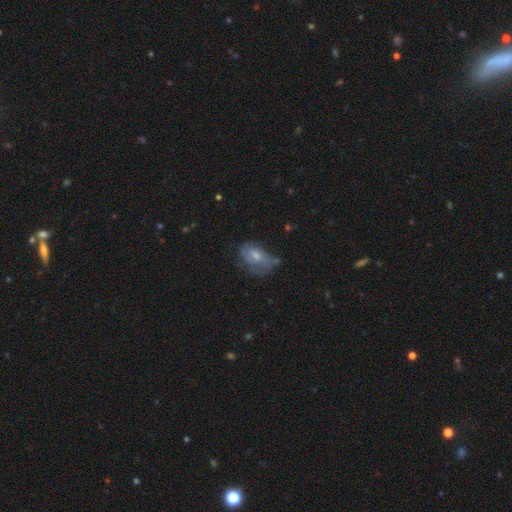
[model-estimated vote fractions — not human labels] Smooth or featured: smooth — 44% (featured or disk — 42%)
Merging: none — 45% (minor disturbance — 32%)